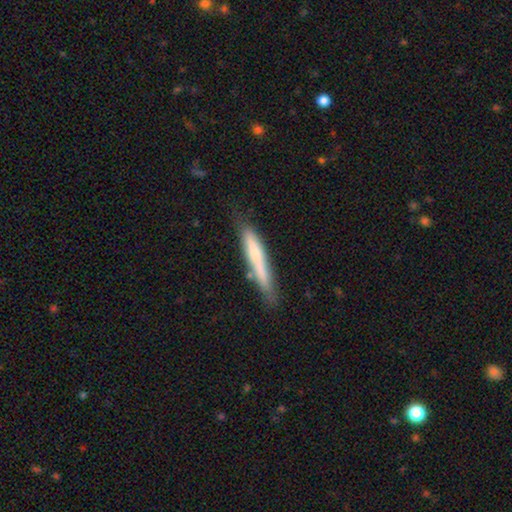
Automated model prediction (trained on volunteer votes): A smooth galaxy with no disk features (65%) that is cigar-shaped (93%). Merging: none (70%).